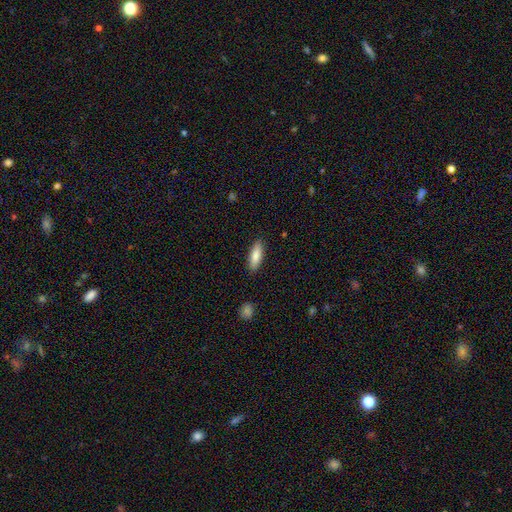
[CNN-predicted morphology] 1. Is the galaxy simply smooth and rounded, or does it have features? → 84% smooth, 10% featured or disk, 6% star or artifact.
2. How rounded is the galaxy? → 57% in between, 41% cigar-shaped, 2% round.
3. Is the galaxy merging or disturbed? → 88% none, 9% minor disturbance, 2% major disturbance, 1% merger.